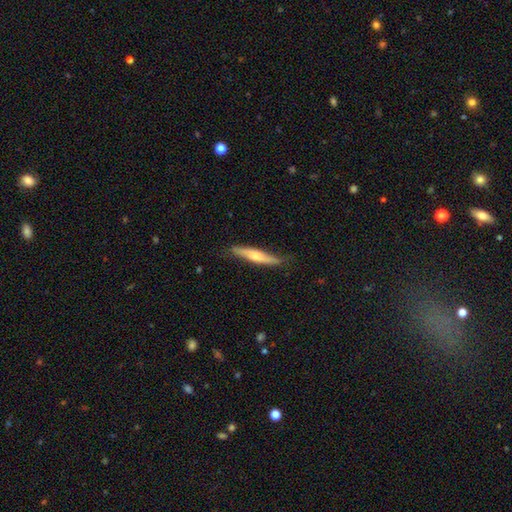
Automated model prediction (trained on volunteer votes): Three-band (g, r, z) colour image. It shows a smooth galaxy with no disk features (52%) that is cigar-shaped (89%). Merging: none (77%).